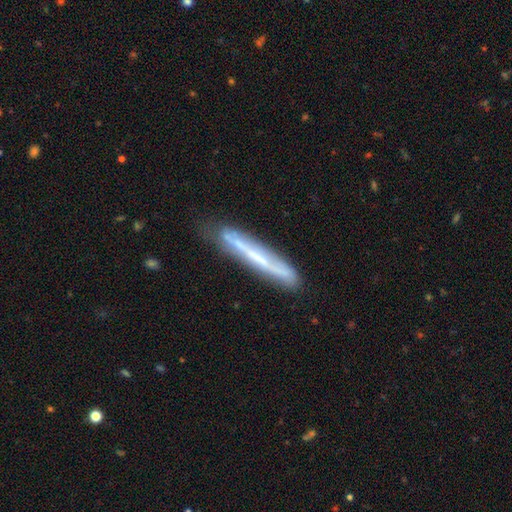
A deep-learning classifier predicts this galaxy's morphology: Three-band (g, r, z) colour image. It shows a featured or disk galaxy (60%) viewed edge-on (77%). Merging: none (74%).